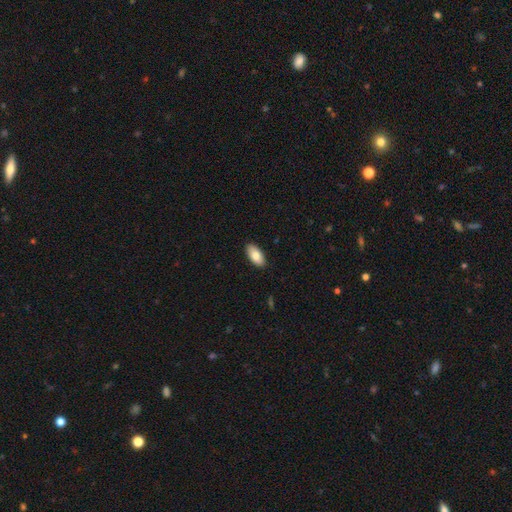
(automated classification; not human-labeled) Overall: smooth (79%). How rounded: in between (94%). Merging: none (89%).